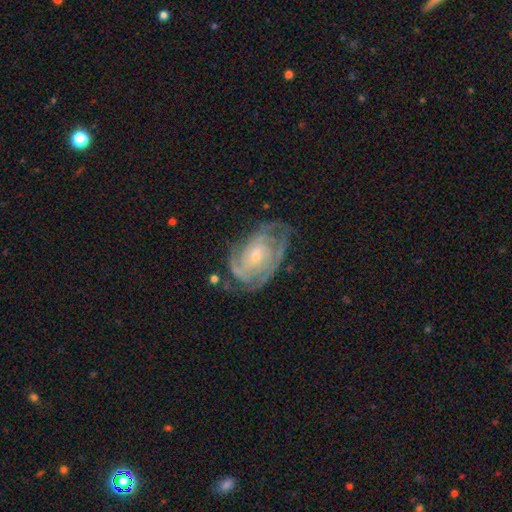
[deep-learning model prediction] smooth-or-featured: featured or disk: 86% | smooth: 8% | star or artifact: 6%
  disk-edge-on: no: 97% | yes: 3%
    bar: no: 60% | weak: 33% | strong: 7%
    has-spiral-arms: yes: 95% | no: 5%
      spiral-winding: tight: 65% | medium: 29% | loose: 6%
      spiral-arm-count: can't tell: 29% | 3: 25% | 2: 25% | 4: 11% | 1: 5% | more than 4: 5%
    bulge-size: small: 58% | moderate: 36% | none: 3% | large: 2% | dominant: 1%
  merging: none: 66% | minor disturbance: 22% | major disturbance: 10% | merger: 2%